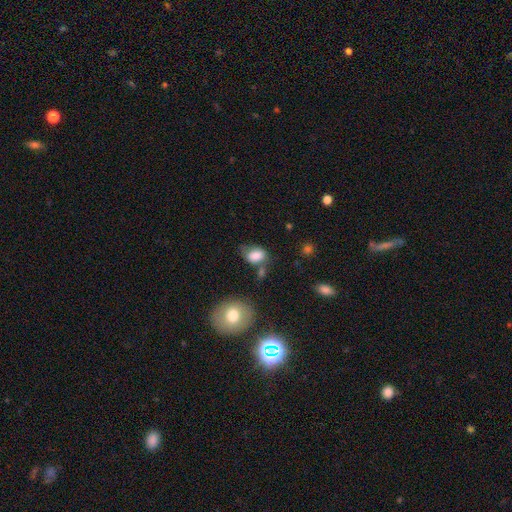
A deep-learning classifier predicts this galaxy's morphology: Smooth or featured?
  - smooth: 81% *
  - featured or disk: 10%
  - star or artifact: 9%
How rounded?
  - in between: 78% *
  - round: 21%
  - cigar-shaped: 1%
Merging?
  - none: 43% *
  - minor disturbance: 30%
  - merger: 14%
  - major disturbance: 13%